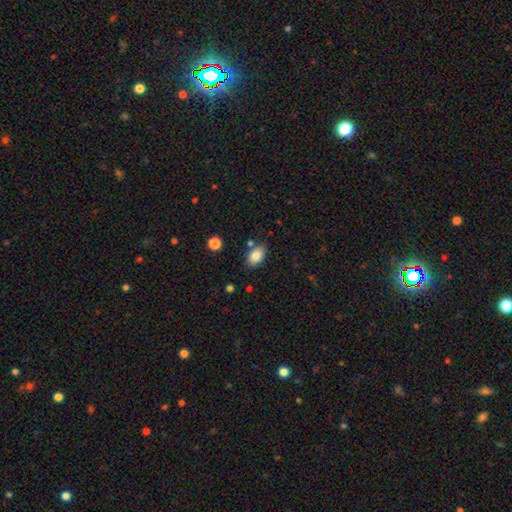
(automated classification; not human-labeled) This appears to be a smooth galaxy with no disk features (84%) that is in between round and cigar-shaped (88%). Merging: none (80%).